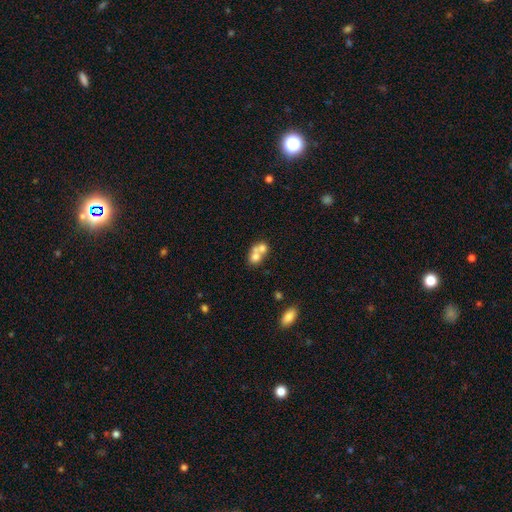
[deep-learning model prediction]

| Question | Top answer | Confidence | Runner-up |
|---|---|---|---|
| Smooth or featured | smooth | 65% | featured or disk (24%) |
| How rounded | round | 60% | in between (38%) |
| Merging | merger | 66% | none (24%) |